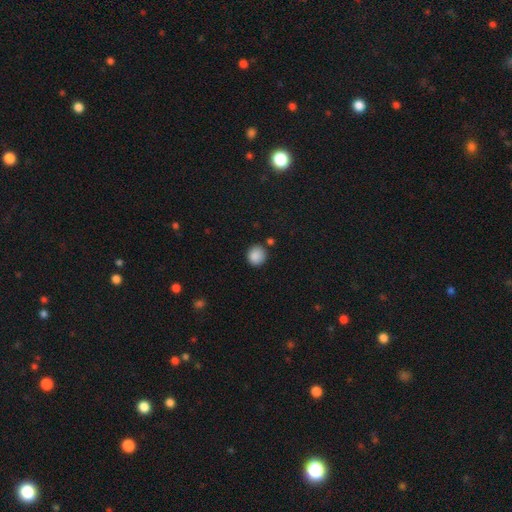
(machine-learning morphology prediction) type=smooth (88%); roundness=round (85%); merging=none (82%).